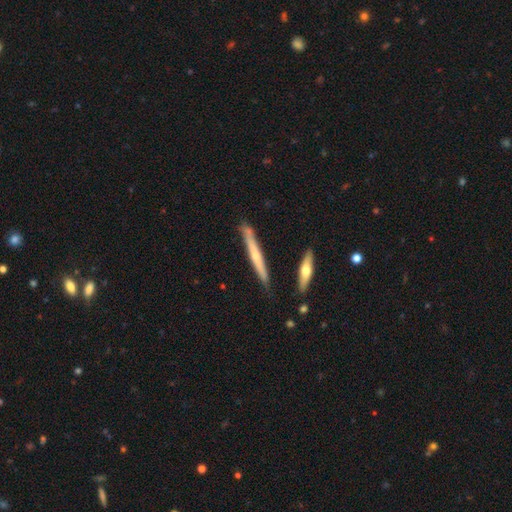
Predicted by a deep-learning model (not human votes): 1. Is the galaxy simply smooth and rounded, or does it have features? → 54% featured or disk, 41% smooth, 5% star or artifact.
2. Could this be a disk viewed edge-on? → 95% yes, 5% no.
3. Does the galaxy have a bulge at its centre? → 61% rounded, 35% none, 5% boxy.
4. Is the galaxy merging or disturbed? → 82% none, 12% minor disturbance, 3% merger, 2% major disturbance.